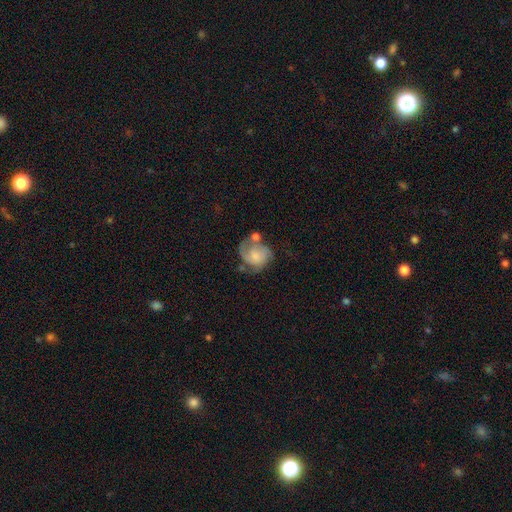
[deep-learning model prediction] Smooth or featured? Predicted: featured or disk (p=0.68). Edge-on disk? Predicted: no (p=0.98). Bar? Predicted: no (p=0.71). Spiral arms? Predicted: yes (p=0.90). Spiral winding? Predicted: medium (p=0.42). Spiral arm count? Predicted: 2 (p=0.45). Bulge size? Predicted: small (p=0.41). Merging? Predicted: none (p=0.41).